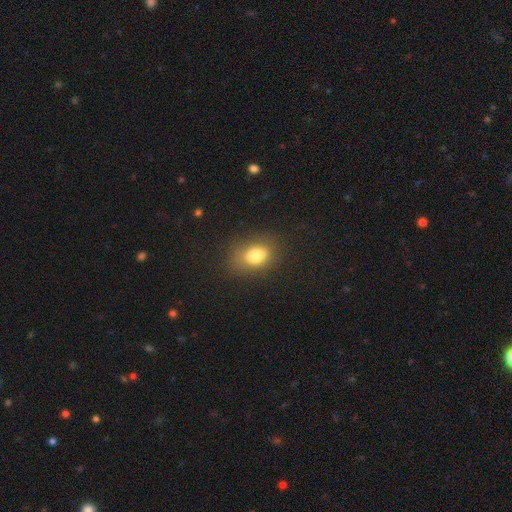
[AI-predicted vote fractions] This appears to be a smooth galaxy with no disk features (80%) that is in between round and cigar-shaped (76%). Merging: none (77%).